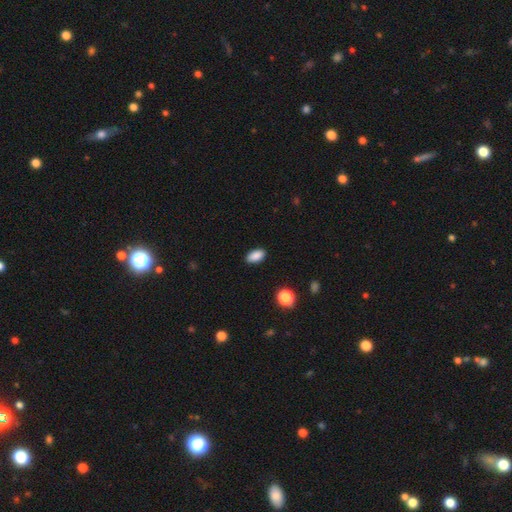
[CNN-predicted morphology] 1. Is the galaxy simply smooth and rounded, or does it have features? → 88% smooth, 8% star or artifact, 4% featured or disk.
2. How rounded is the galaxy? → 92% in between, 5% round, 3% cigar-shaped.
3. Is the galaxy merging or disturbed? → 88% none, 8% minor disturbance, 2% major disturbance, 1% merger.